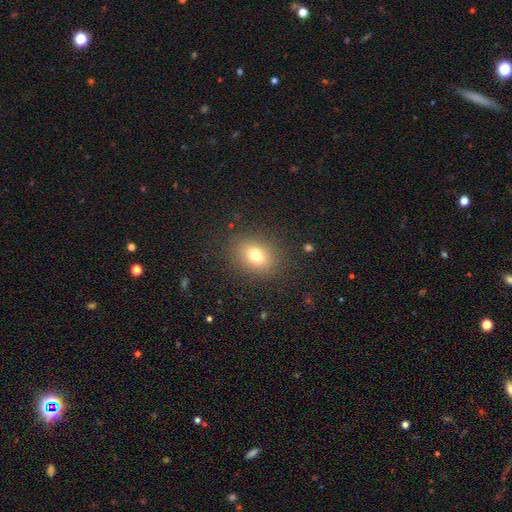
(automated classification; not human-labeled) Smooth or featured? Predicted: smooth (p=0.76). How rounded? Predicted: in between (p=0.58). Merging? Predicted: none (p=0.85).